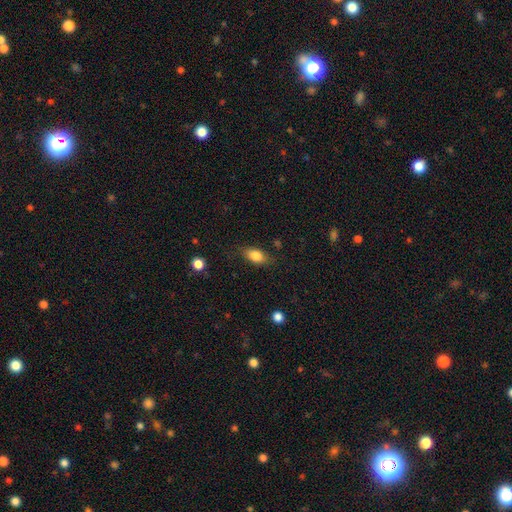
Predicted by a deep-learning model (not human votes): smooth_or_featured: smooth (p=0.81) [alt: featured or disk p=0.10]
how_rounded: in between (p=0.85) [alt: round p=0.08]
merging: none (p=0.78) [alt: minor disturbance p=0.16]